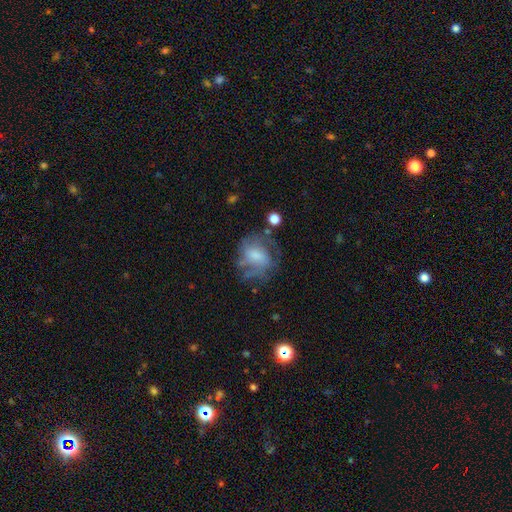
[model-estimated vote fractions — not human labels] A featured or disk galaxy (52%) with no bar (49%), spiral arms (67%) and a moderate central bulge (39%). Merging: none (47%).